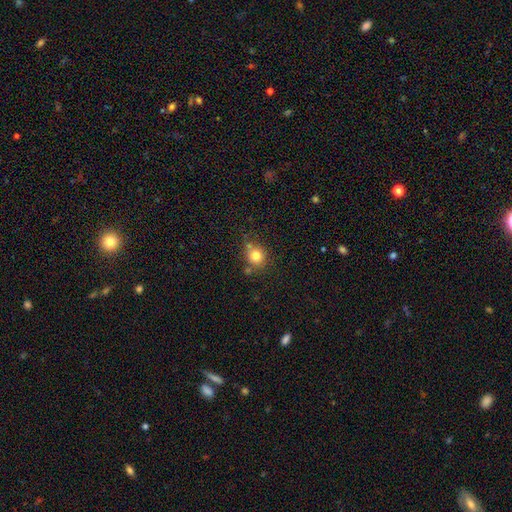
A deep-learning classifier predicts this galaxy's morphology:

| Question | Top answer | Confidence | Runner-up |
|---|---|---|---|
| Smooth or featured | smooth | 79% | star or artifact (12%) |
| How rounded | round | 82% | in between (17%) |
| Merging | none | 68% | minor disturbance (16%) |